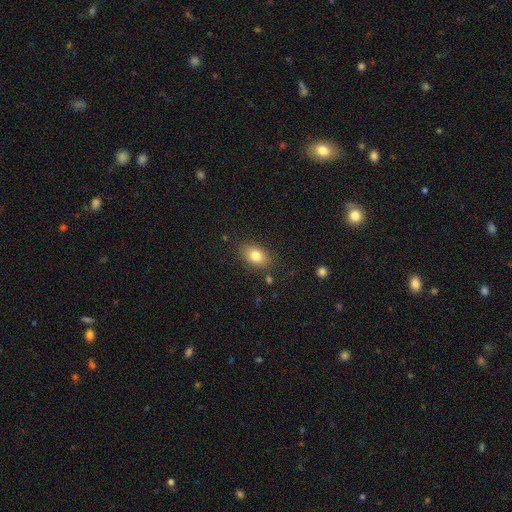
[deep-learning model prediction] Smooth or featured?
  - smooth: 80% *
  - featured or disk: 11%
  - star or artifact: 9%
How rounded?
  - in between: 84% *
  - round: 14%
  - cigar-shaped: 2%
Merging?
  - none: 83% *
  - minor disturbance: 12%
  - major disturbance: 3%
  - merger: 2%